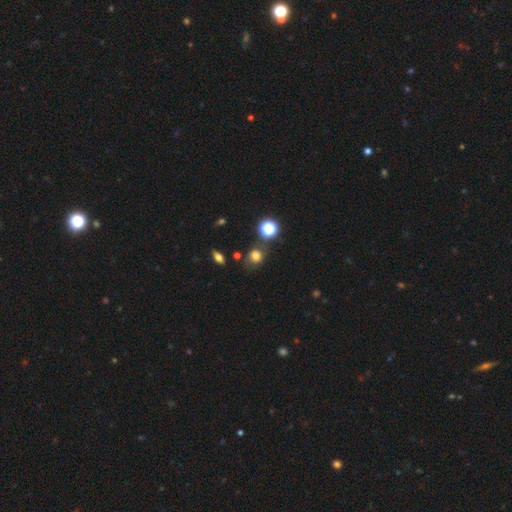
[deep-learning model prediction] This appears to be a smooth galaxy with no disk features (73%) that is round (75%). Merging: none (70%).